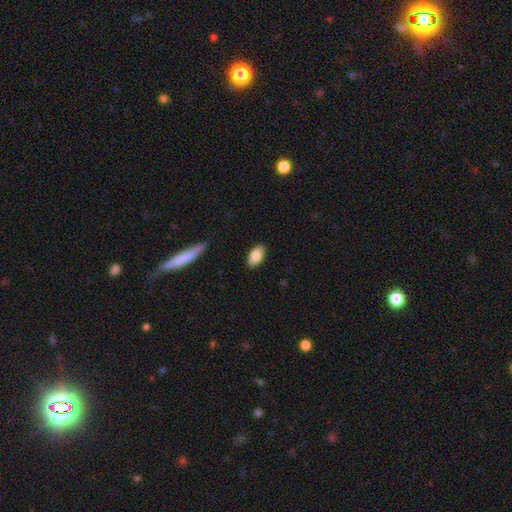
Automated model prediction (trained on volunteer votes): This is clearly a smooth galaxy (85%). How rounded: clearly in between (93%). Merging: clearly none (88%).